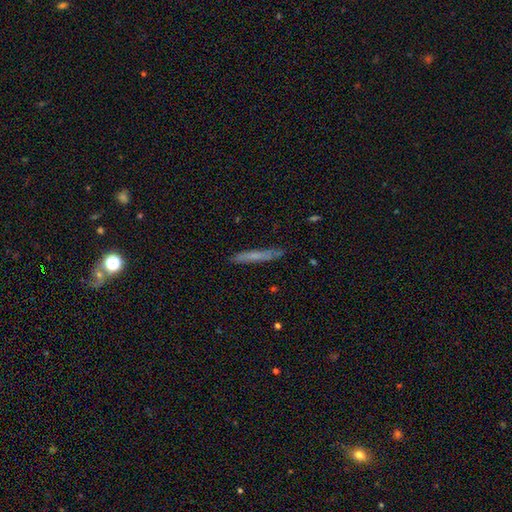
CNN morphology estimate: The model was most divided on "smooth or featured": smooth: 56%, featured or disk: 36%, star or artifact: 8%. More confident: how rounded — cigar-shaped (96%); merging — none (87%).